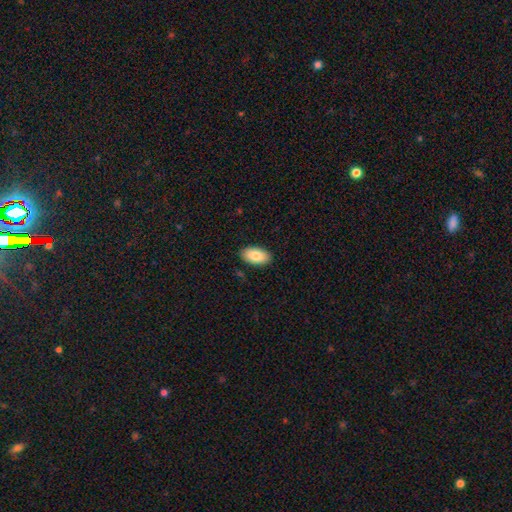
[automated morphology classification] type=smooth (85%); roundness=in between (95%); merging=none (89%).